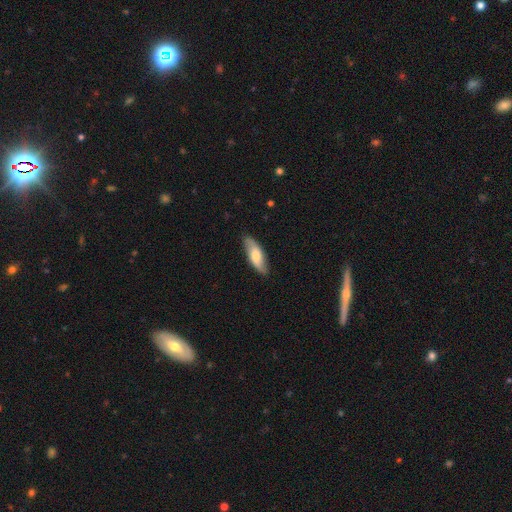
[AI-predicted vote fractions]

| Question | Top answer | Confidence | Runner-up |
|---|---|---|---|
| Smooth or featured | smooth | 55% | featured or disk (39%) |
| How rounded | in between | 64% | cigar-shaped (33%) |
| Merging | none | 83% | minor disturbance (13%) |